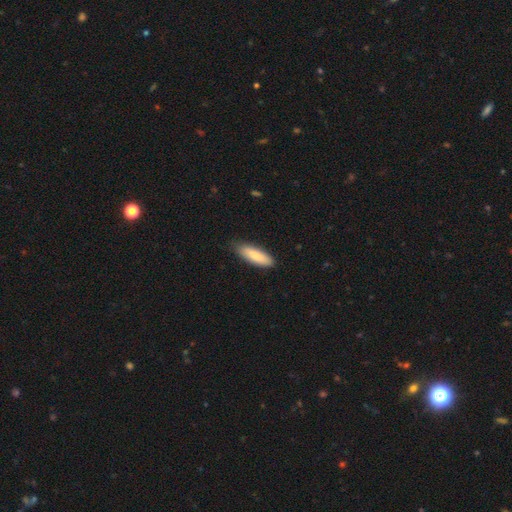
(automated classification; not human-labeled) smooth-or-featured: smooth: 80% | featured or disk: 15% | star or artifact: 6%
  how-rounded: in between: 56% | cigar-shaped: 43% | round: 2%
  merging: none: 81% | minor disturbance: 16% | major disturbance: 2% | merger: 1%